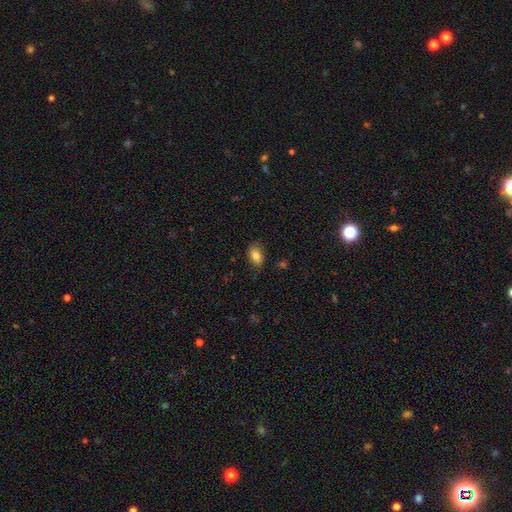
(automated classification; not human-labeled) A smooth galaxy with no disk features (83%) that is in between round and cigar-shaped (88%). Merging: none (80%).